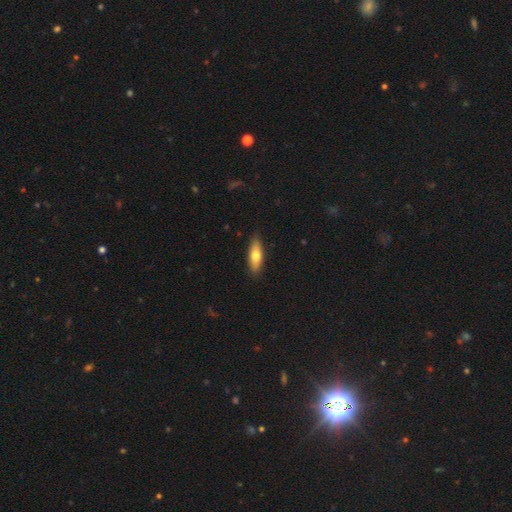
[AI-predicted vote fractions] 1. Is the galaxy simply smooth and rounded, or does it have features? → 70% smooth, 24% featured or disk, 6% star or artifact.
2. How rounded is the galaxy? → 59% in between, 38% cigar-shaped, 2% round.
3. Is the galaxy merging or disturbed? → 86% none, 11% minor disturbance, 2% major disturbance, 1% merger.